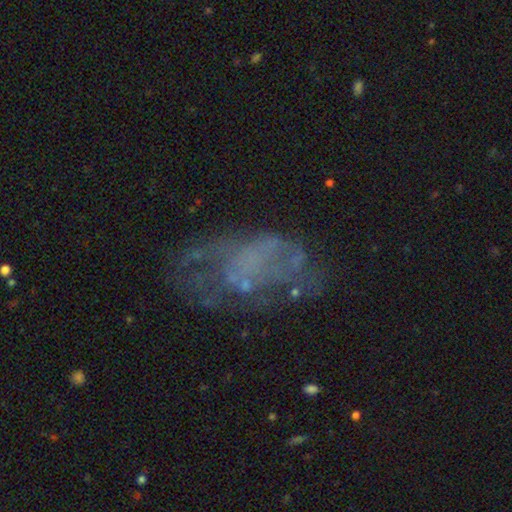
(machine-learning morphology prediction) featured or disk 59%, smooth 23%, star or artifact 18%. Down the decision tree: edge-on disk — no (96%); bar — no (87%); spiral arms — no (73%); bulge size — none (78%); merging — none (44%).